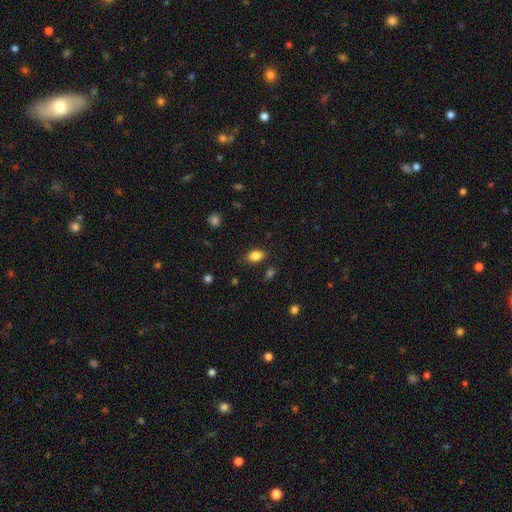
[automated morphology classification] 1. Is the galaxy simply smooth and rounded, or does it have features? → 85% smooth, 9% star or artifact, 6% featured or disk.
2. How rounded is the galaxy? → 86% in between, 12% round, 2% cigar-shaped.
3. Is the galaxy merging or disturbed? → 82% none, 13% minor disturbance, 3% major disturbance, 2% merger.